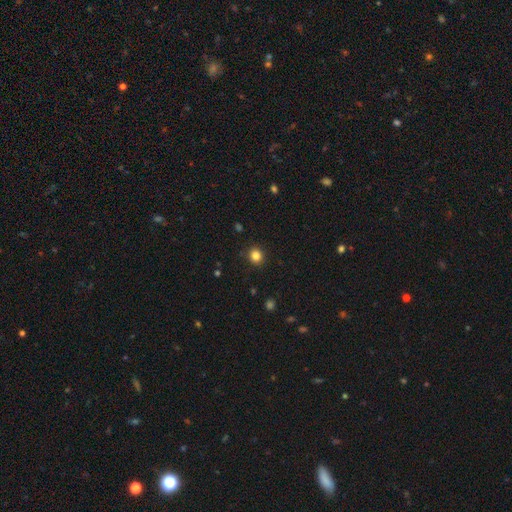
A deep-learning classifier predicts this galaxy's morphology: Q: Smooth or featured?
A: smooth (84%); runner-up: star or artifact (12%)
Q: How rounded?
A: round (86%); runner-up: in between (13%)
Q: Merging?
A: none (91%); runner-up: minor disturbance (6%)